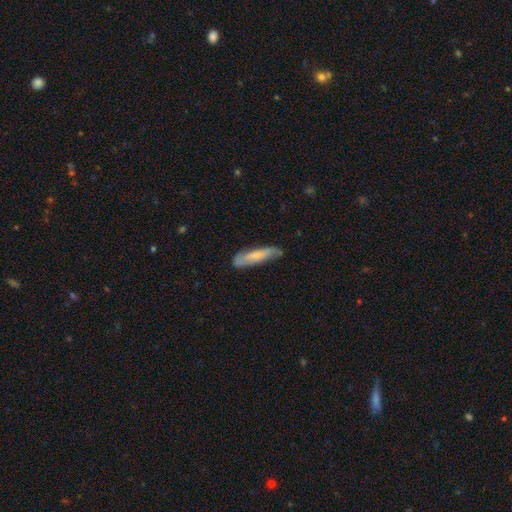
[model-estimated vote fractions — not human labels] The model was most divided on "smooth or featured": smooth: 64%, featured or disk: 30%, star or artifact: 6%. More confident: how rounded — cigar-shaped (80%); merging — none (71%).